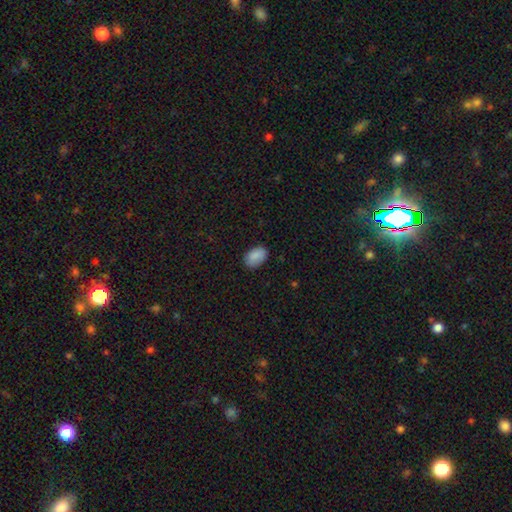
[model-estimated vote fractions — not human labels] smooth-or-featured: smooth: 89% | star or artifact: 7% | featured or disk: 4%
  how-rounded: in between: 89% | round: 10% | cigar-shaped: 1%
  merging: none: 84% | minor disturbance: 13% | major disturbance: 2% | merger: 1%